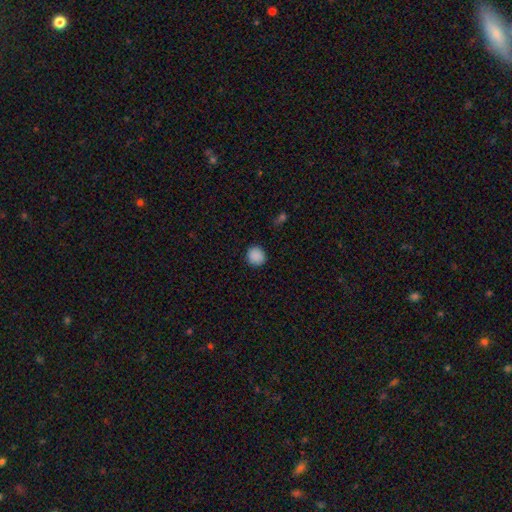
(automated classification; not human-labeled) Q: Smooth or featured?
A: smooth (89%); runner-up: star or artifact (9%)
Q: How rounded?
A: round (89%); runner-up: in between (10%)
Q: Merging?
A: none (90%); runner-up: minor disturbance (7%)